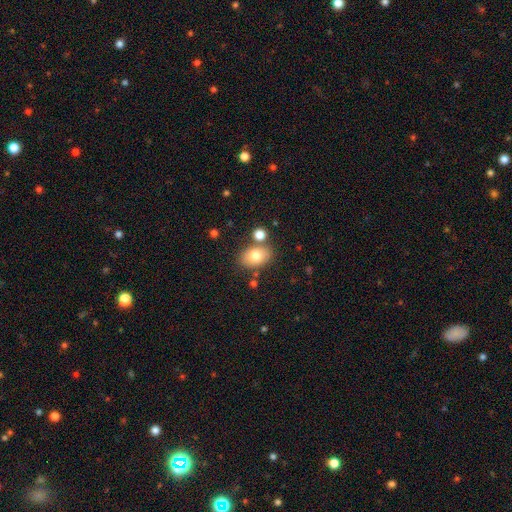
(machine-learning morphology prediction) smooth-or-featured: smooth: 76% | featured or disk: 15% | star or artifact: 9%
  how-rounded: in between: 80% | round: 19% | cigar-shaped: 1%
  merging: none: 73% | minor disturbance: 12% | merger: 12% | major disturbance: 3%